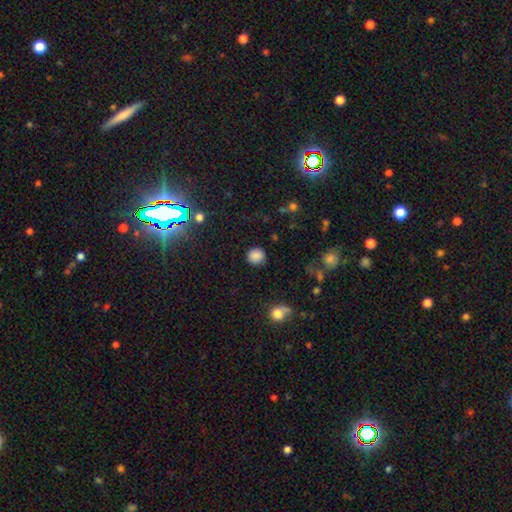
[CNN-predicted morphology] Overall: smooth (84%). How rounded: round (90%). Merging: none (87%).